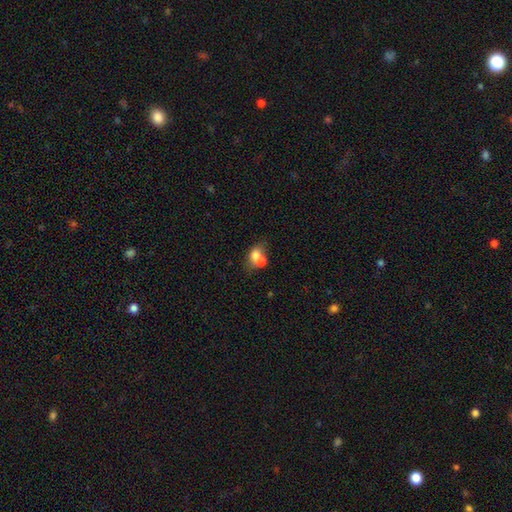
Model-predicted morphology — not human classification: Smooth or featured? smooth (70%)
How rounded? in between (55%)
Merging? merger (61%)